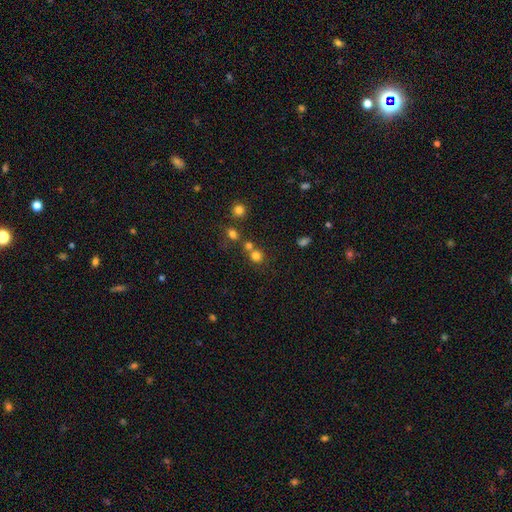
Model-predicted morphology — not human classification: Overall: smooth (75%). How rounded: round (87%). Merging: none (56%; merger 33%).